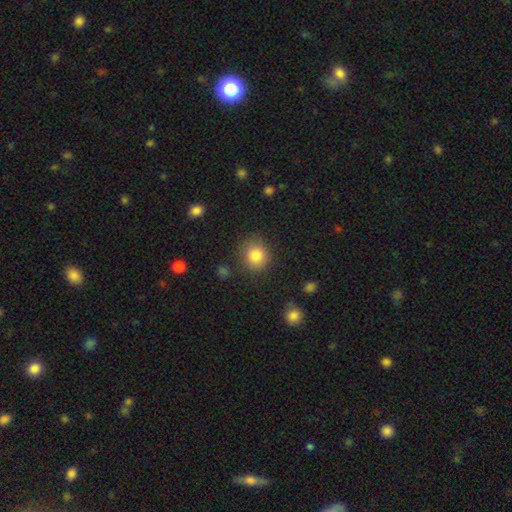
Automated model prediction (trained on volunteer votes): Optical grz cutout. It shows a smooth galaxy with no disk features (84%) that is round (85%). Merging: none (86%).